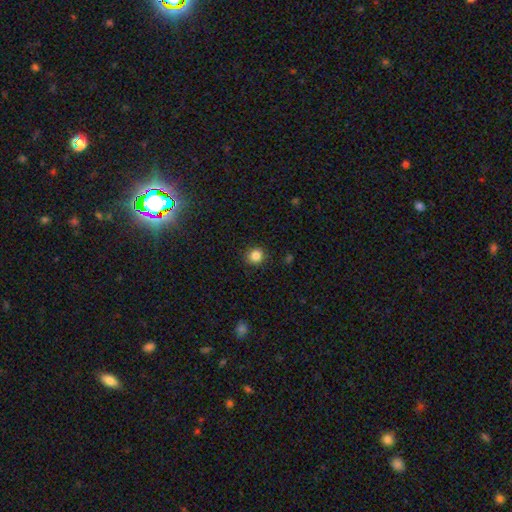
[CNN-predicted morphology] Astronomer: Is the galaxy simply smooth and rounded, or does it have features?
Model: smooth — 85%.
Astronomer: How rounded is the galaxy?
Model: round — 91%.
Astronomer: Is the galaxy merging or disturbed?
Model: none — 91%.